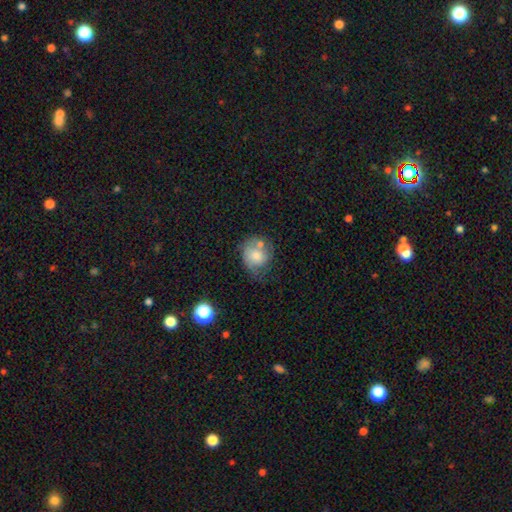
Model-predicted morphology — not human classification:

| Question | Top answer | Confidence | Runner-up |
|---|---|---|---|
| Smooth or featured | smooth | 60% | featured or disk (31%) |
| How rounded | round | 70% | in between (29%) |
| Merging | none | 35% | minor disturbance (28%) |